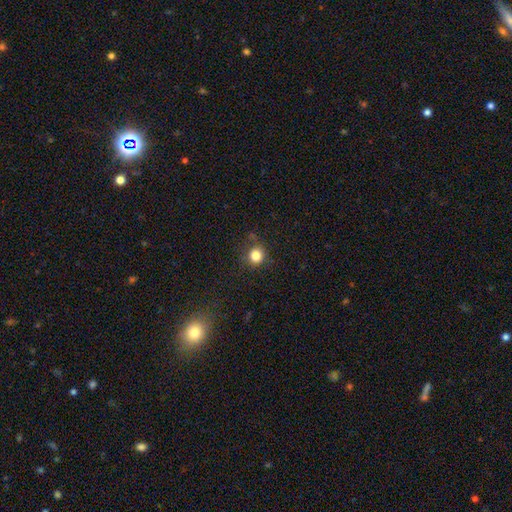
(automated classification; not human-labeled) Smooth or featured?
  - smooth: 82% *
  - star or artifact: 13%
  - featured or disk: 5%
How rounded?
  - round: 88% *
  - in between: 11%
  - cigar-shaped: 1%
Merging?
  - none: 82% *
  - minor disturbance: 12%
  - major disturbance: 4%
  - merger: 2%